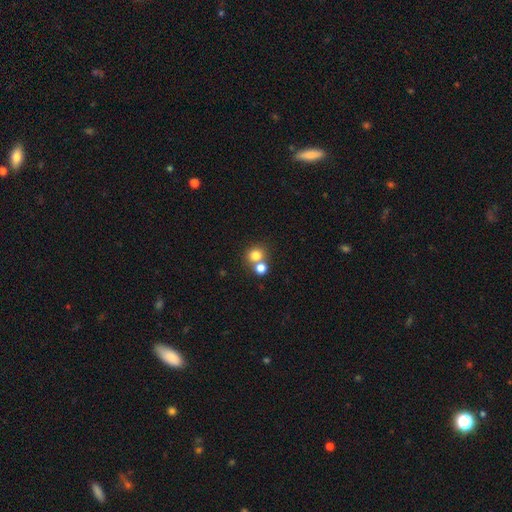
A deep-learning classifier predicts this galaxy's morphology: This is likely a smooth galaxy (78%). How rounded: clearly round (81%). Merging: possibly none (48%).